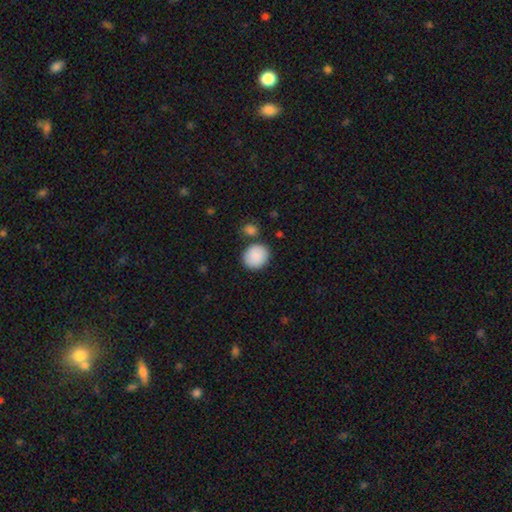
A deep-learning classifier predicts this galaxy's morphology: Smooth or featured: smooth — 89% (star or artifact — 7%)
How rounded: round — 77% (in between — 22%)
Merging: none — 76% (minor disturbance — 11%)